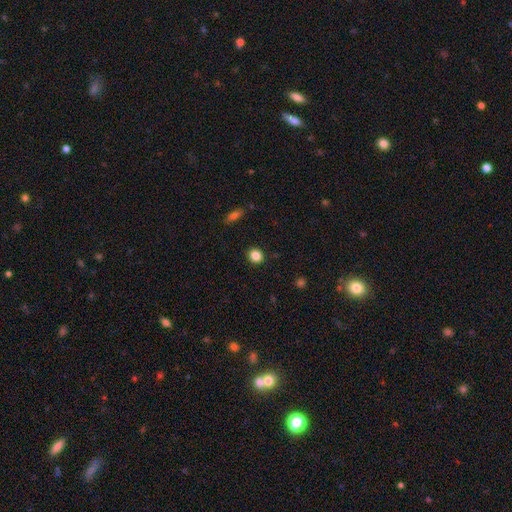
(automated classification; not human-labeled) A smooth galaxy with no disk features (85%) that is round (81%). Merging: none (91%).